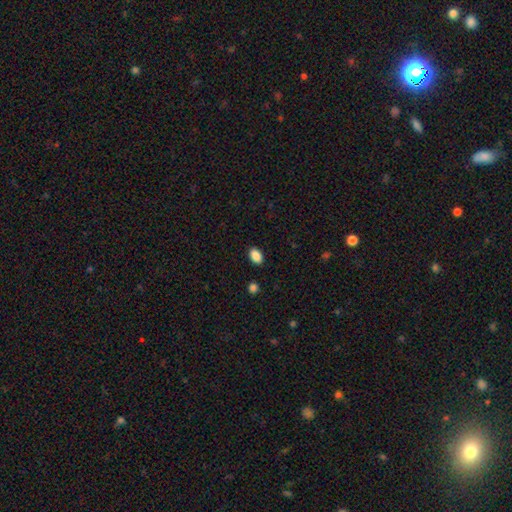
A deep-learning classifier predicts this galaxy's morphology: This is clearly a smooth galaxy (88%). How rounded: clearly in between (87%). Merging: clearly none (88%).